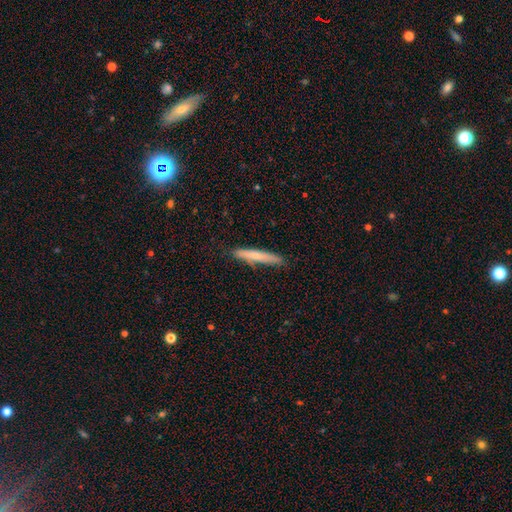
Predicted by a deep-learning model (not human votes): The model was most divided on "smooth or featured": smooth: 64%, featured or disk: 30%, star or artifact: 6%. More confident: how rounded — cigar-shaped (93%); merging — none (84%).